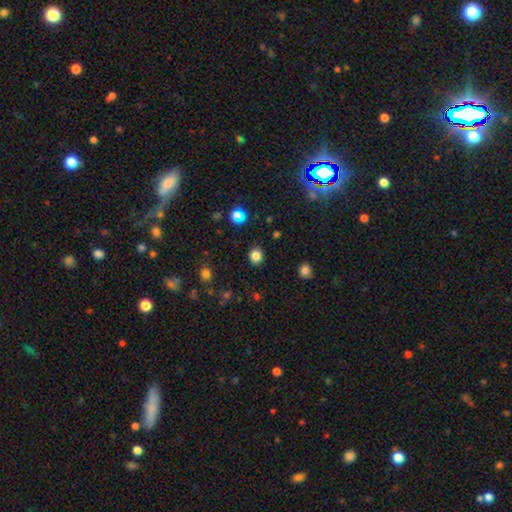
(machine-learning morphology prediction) Smooth or featured? Predicted: smooth (p=0.83). How rounded? Predicted: round (p=0.78). Merging? Predicted: none (p=0.90).